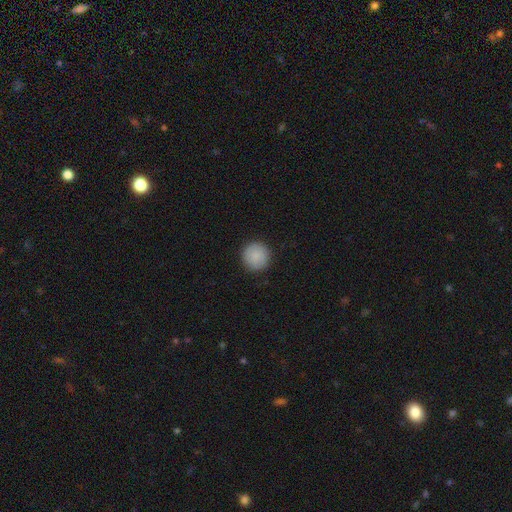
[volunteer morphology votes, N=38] This appears to be a smooth galaxy with no disk features (95%) that is round (100%). Merging: none (100%).